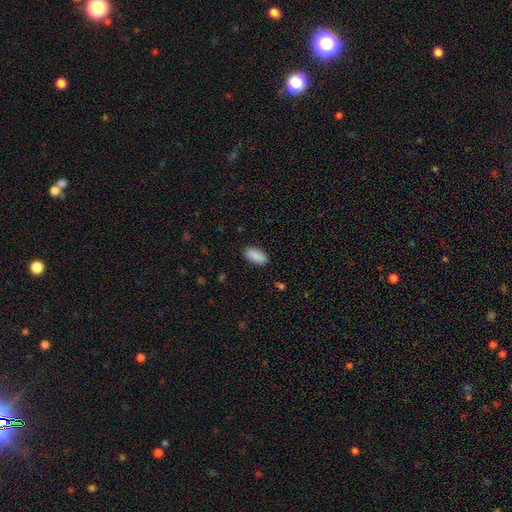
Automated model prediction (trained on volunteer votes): Smooth or featured? Predicted: smooth (p=0.90). How rounded? Predicted: in between (p=0.91). Merging? Predicted: none (p=0.88).